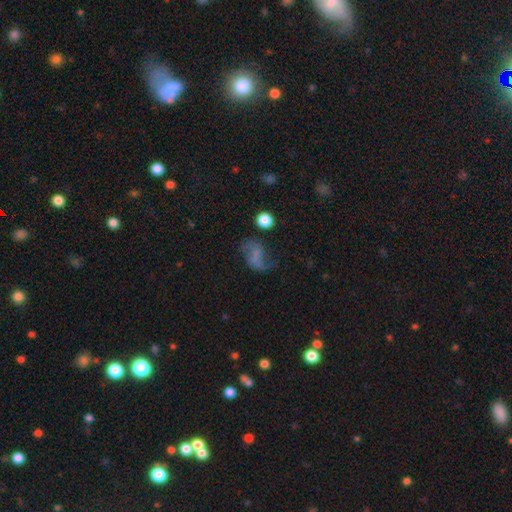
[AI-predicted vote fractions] Smooth or featured? featured or disk (56%)
Edge-on disk? no (97%)
Bar? no (44%)
Spiral arms? yes (83%)
Bulge size? none (67%)
Merging? none (56%)